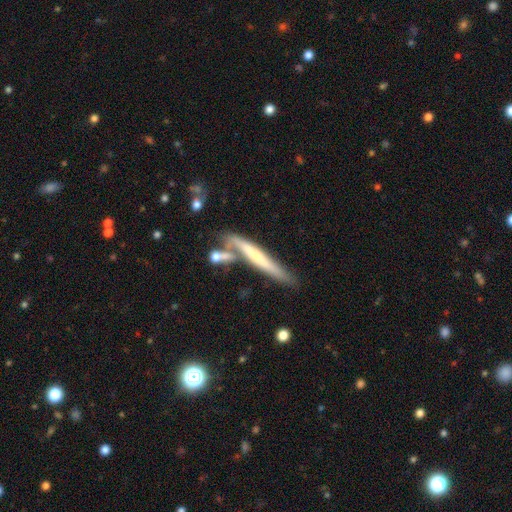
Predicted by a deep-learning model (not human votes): smooth-or-featured: featured or disk: 47% | smooth: 46% | star or artifact: 7%
  merging: none: 53% | merger: 22% | minor disturbance: 17% | major disturbance: 7%